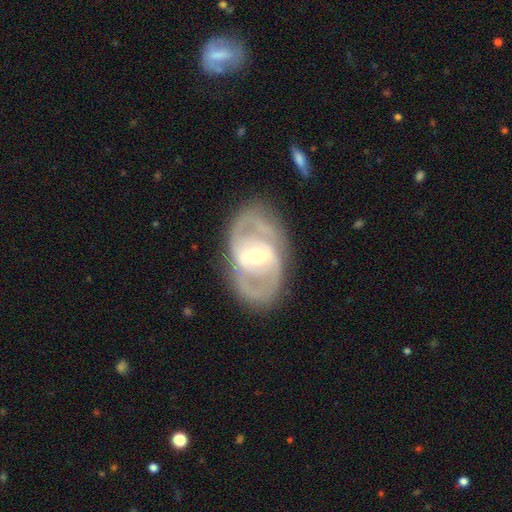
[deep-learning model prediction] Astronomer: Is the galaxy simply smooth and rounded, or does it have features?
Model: featured or disk — 85%.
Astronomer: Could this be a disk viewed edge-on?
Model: no — 95%.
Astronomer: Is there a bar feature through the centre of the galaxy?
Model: weak — 43% (runner-up: strong, 40%).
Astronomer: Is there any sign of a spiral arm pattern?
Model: yes — 86%.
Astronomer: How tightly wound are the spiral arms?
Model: tight — 44%, tied with medium at 44%.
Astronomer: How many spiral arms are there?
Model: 2 — 72%.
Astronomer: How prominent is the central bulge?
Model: moderate — 58% (runner-up: small, 35%).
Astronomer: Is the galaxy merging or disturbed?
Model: none — 77%.